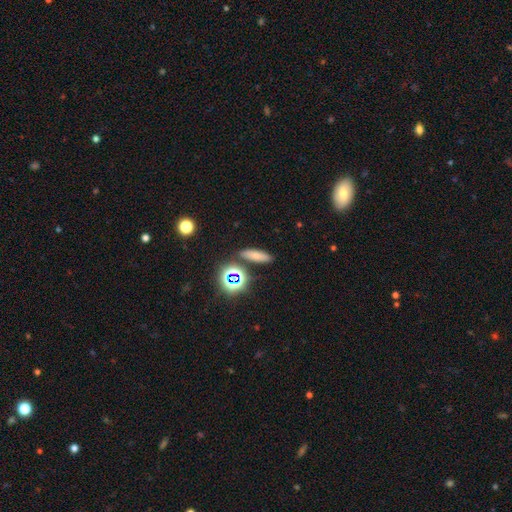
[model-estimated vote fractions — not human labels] Smooth or featured: smooth — 66% (star or artifact — 22%)
How rounded: cigar-shaped — 48% (in between — 41%)
Merging: none — 83% (minor disturbance — 9%)